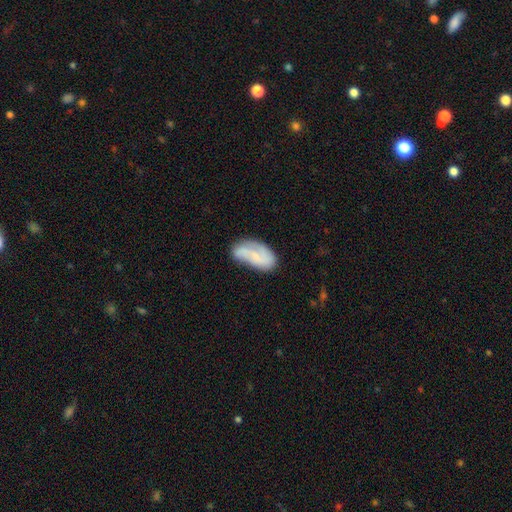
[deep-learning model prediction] Morphology: type=featured or disk (50%); edge-on=no (95%); merging=none (53%).